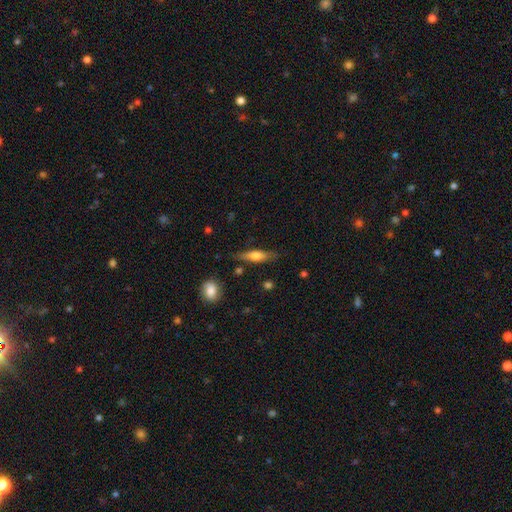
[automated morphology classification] Smooth or featured? Predicted: smooth (p=0.55). How rounded? Predicted: cigar-shaped (p=0.67). Merging? Predicted: none (p=0.79).